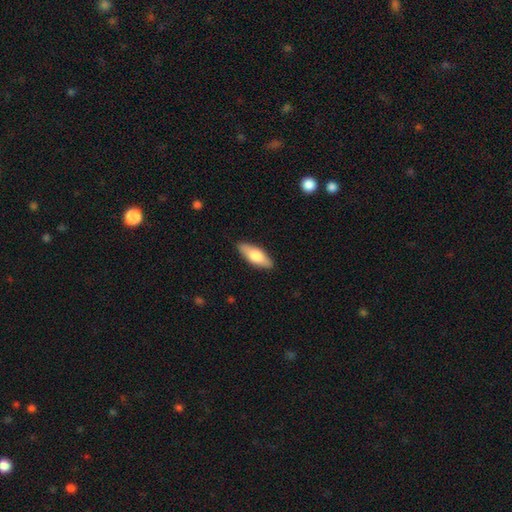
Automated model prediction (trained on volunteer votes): The model was most divided on "how rounded": in between: 68%, cigar-shaped: 30%, round: 2%. More confident: merging — none (88%); smooth or featured — smooth (70%).